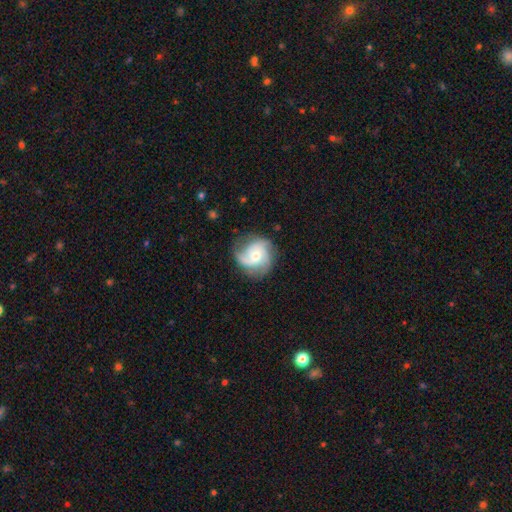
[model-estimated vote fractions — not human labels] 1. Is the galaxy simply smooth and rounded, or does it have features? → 75% featured or disk, 19% smooth, 7% star or artifact.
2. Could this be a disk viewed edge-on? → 98% no, 2% yes.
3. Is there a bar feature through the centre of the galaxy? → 70% no, 26% weak, 4% strong.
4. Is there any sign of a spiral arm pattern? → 95% yes, 5% no.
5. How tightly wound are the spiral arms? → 48% medium, 29% tight, 24% loose.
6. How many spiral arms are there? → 48% 3, 27% 2, 12% can't tell, 5% 4, 5% 1, 3% more than 4.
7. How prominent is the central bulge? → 61% moderate, 30% small, 5% large, 2% none, 1% dominant.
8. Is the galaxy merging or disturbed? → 70% none, 20% minor disturbance, 9% major disturbance, 2% merger.